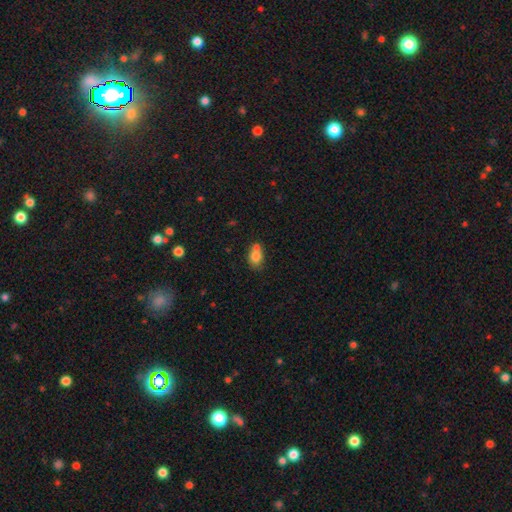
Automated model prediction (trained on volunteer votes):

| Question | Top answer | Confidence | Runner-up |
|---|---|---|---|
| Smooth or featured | smooth | 78% | featured or disk (12%) |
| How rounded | in between | 63% | round (36%) |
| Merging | none | 43% | merger (38%) |